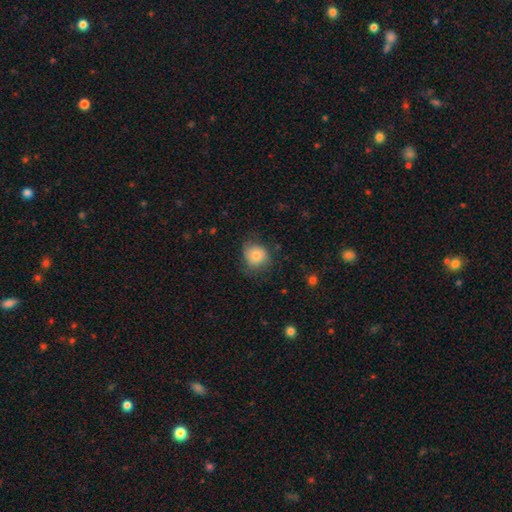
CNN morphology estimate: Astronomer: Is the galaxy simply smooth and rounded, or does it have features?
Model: smooth — 75%.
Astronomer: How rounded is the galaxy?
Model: round — 75%.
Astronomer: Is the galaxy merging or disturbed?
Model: none — 64%.